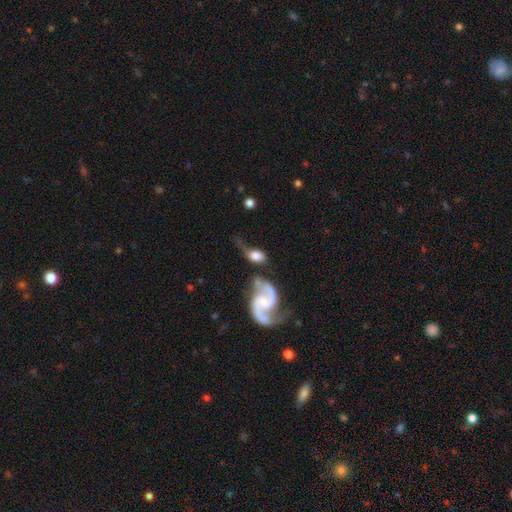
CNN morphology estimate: type=featured or disk (58%); edge-on=no (91%); bar=no (53%); spiral arms=yes (83%); bulge=small (29%); merging=none (34%).